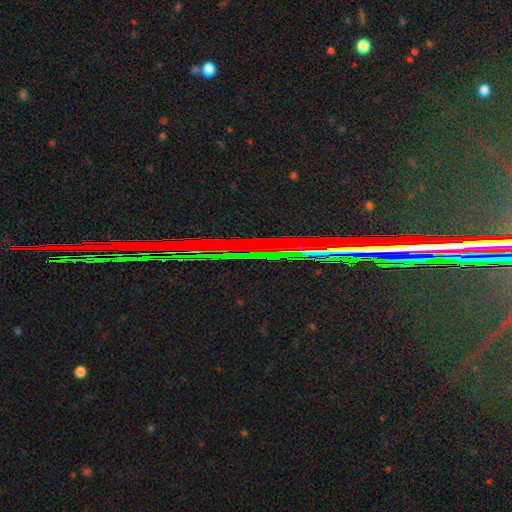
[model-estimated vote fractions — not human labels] The model was most divided on "smooth or featured": star or artifact: 84%, featured or disk: 9%, smooth: 7%.